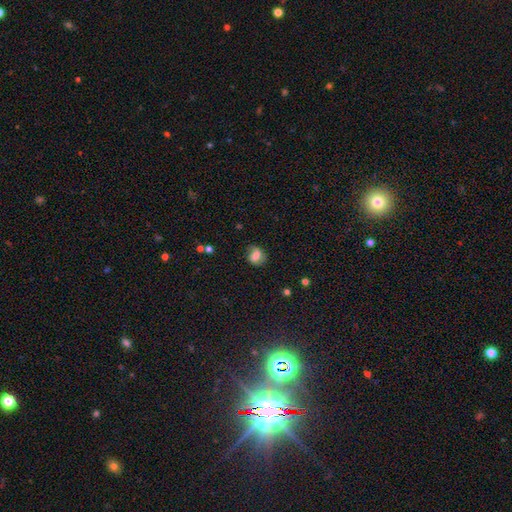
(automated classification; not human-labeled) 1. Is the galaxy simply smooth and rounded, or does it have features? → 62% smooth, 27% featured or disk, 11% star or artifact.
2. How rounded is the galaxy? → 52% in between, 47% round, 2% cigar-shaped.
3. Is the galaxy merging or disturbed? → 64% none, 24% minor disturbance, 10% major disturbance, 2% merger.